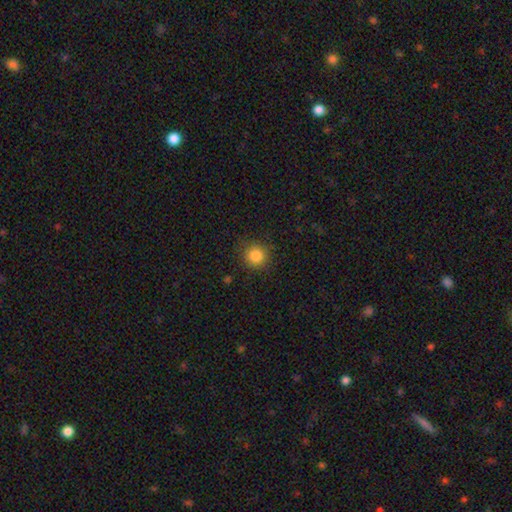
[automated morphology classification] Smooth or featured? Predicted: smooth (p=0.84). How rounded? Predicted: round (p=0.92). Merging? Predicted: none (p=0.87).